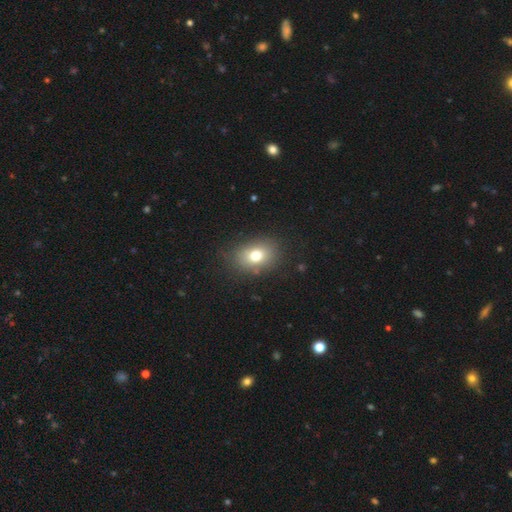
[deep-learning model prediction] This appears to be a smooth galaxy with no disk features (74%) that is in between round and cigar-shaped (67%). Merging: none (82%).